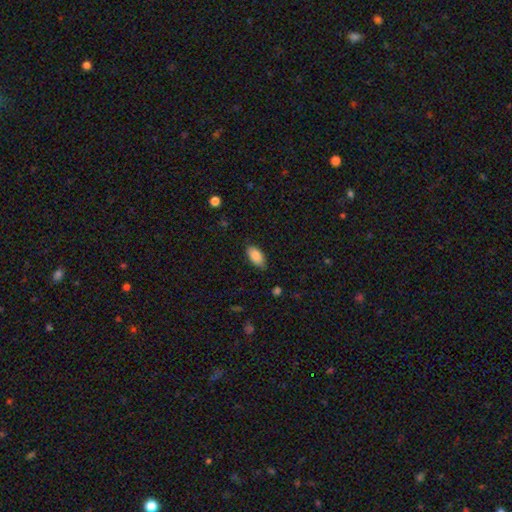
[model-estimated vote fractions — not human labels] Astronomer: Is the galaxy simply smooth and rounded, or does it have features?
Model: smooth — 86%.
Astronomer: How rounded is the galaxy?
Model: in between — 93%.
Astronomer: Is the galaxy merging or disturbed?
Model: none — 81%.